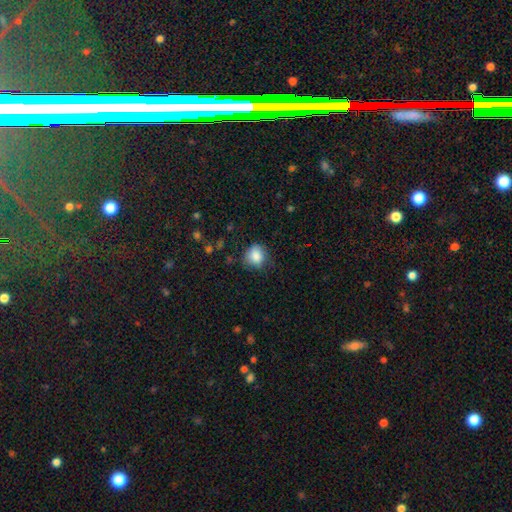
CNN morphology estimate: smooth_or_featured: smooth (p=0.84) [alt: star or artifact p=0.08]
how_rounded: round (p=0.72) [alt: in between p=0.27]
merging: none (p=0.63) [alt: minor disturbance p=0.27]